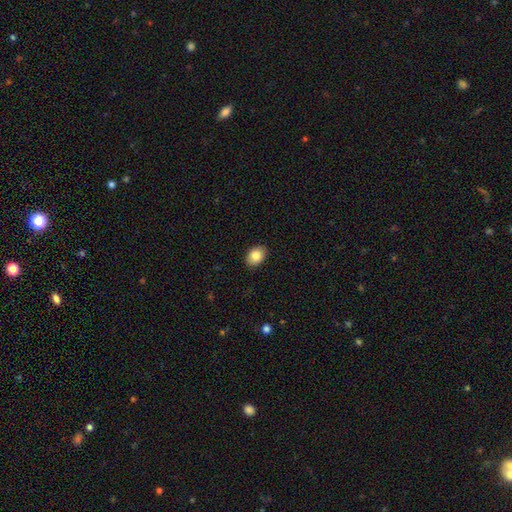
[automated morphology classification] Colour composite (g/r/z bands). It shows a smooth galaxy with no disk features (85%) that is in between round and cigar-shaped (74%). Merging: none (89%).